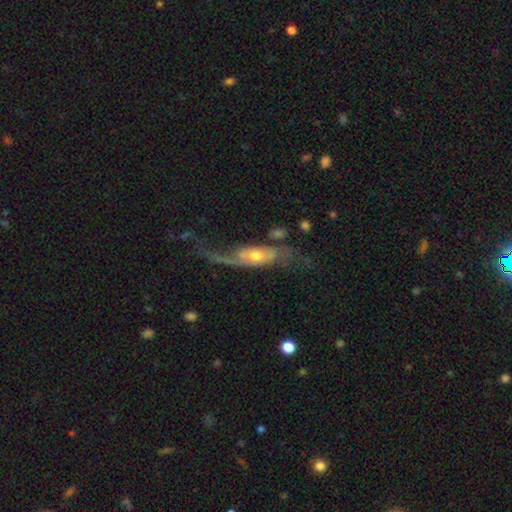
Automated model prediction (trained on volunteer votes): featured or disk 73%, smooth 21%, star or artifact 6%. Down the decision tree: edge-on disk — no (79%); bar — no (66%); spiral arms — yes (80%); bulge size — moderate (60%); merging — none (38%).